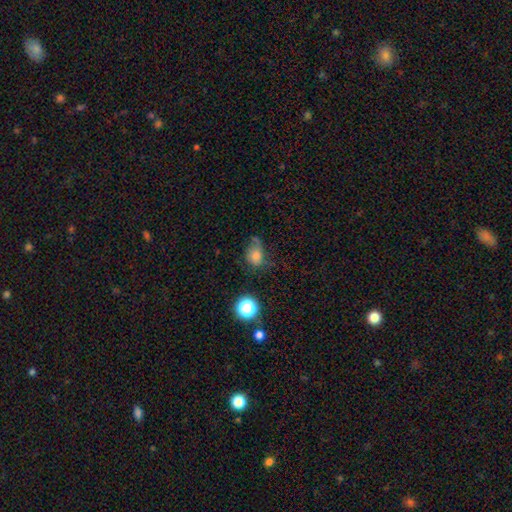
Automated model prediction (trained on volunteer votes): smooth_or_featured: smooth (p=0.70) [alt: star or artifact p=0.15]
how_rounded: round (p=0.53) [alt: in between p=0.45]
merging: none (p=0.40) [alt: minor disturbance p=0.31]